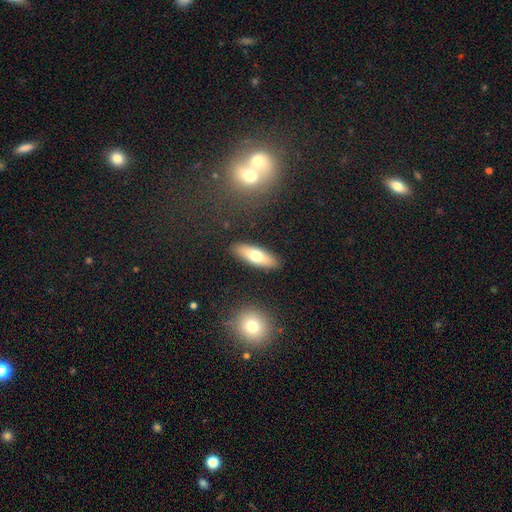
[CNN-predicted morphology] The model was most divided on "how rounded": in between: 60%, cigar-shaped: 37%, round: 2%. More confident: merging — none (88%); smooth or featured — smooth (69%).